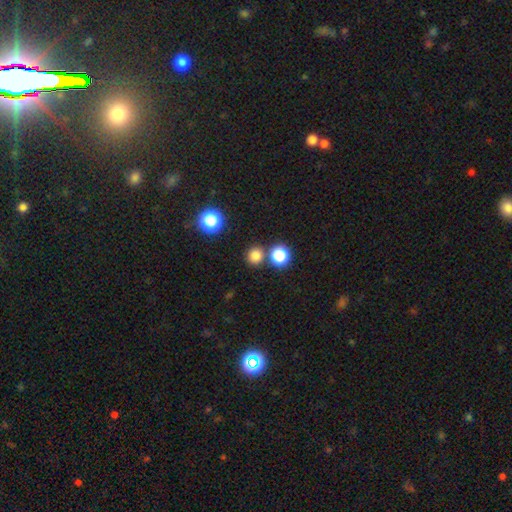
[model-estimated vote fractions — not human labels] Smooth or featured: smooth — 78% (star or artifact — 17%)
How rounded: round — 91% (in between — 8%)
Merging: none — 78% (merger — 14%)